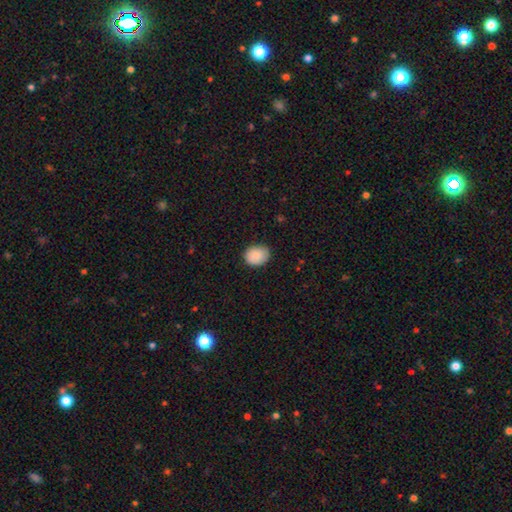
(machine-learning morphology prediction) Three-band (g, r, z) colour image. It shows a smooth galaxy with no disk features (86%) that is round (52%). Merging: none (83%).